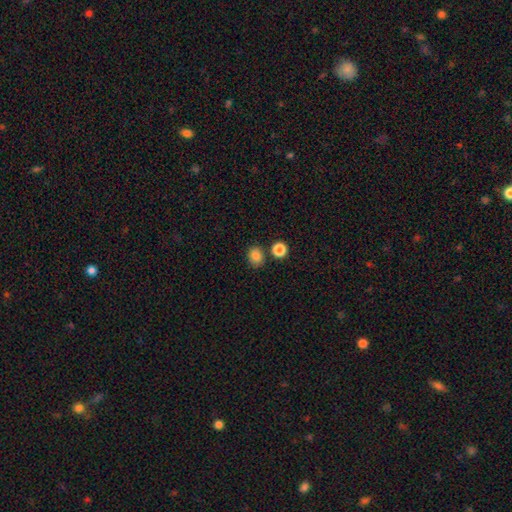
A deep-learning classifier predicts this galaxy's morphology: smooth 84%, star or artifact 12%, featured or disk 5%. Down the decision tree: how rounded — round (67%); merging — none (79%).